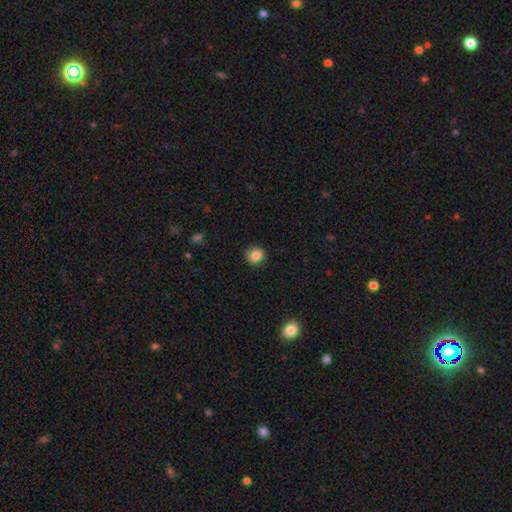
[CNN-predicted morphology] smooth 85%, star or artifact 10%, featured or disk 5%. Down the decision tree: how rounded — round (78%); merging — none (83%).